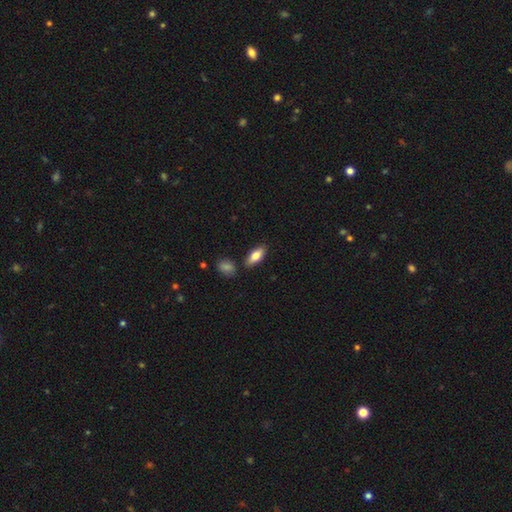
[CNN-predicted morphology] type=smooth (80%); roundness=in between (80%); merging=none (83%).